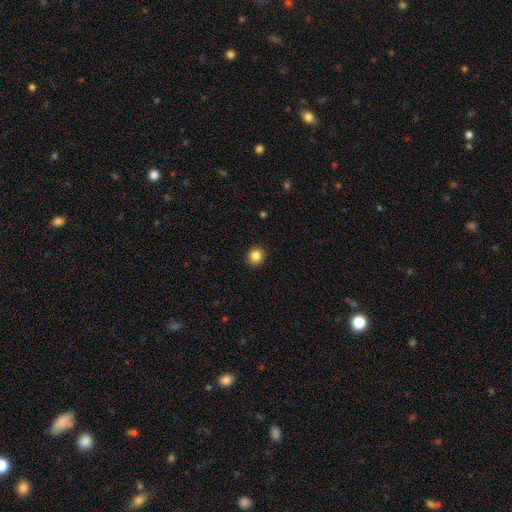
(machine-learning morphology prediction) The model was most divided on "smooth or featured": smooth: 86%, star or artifact: 10%, featured or disk: 4%. More confident: merging — none (92%); how rounded — round (92%).